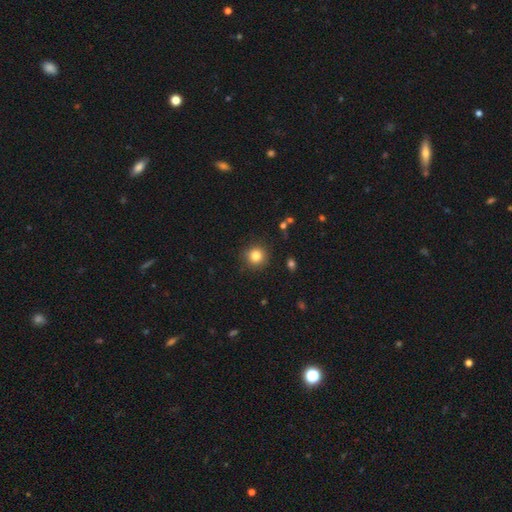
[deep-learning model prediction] A smooth galaxy with no disk features (83%) that is round (93%).

Vote fractions:
- Smooth or featured? smooth: 83% / star or artifact: 11% / featured or disk: 5%
- How rounded? round: 93% / in between: 6% / cigar-shaped: 1%
- Merging? none: 89% / minor disturbance: 7% / major disturbance: 2% / merger: 2%